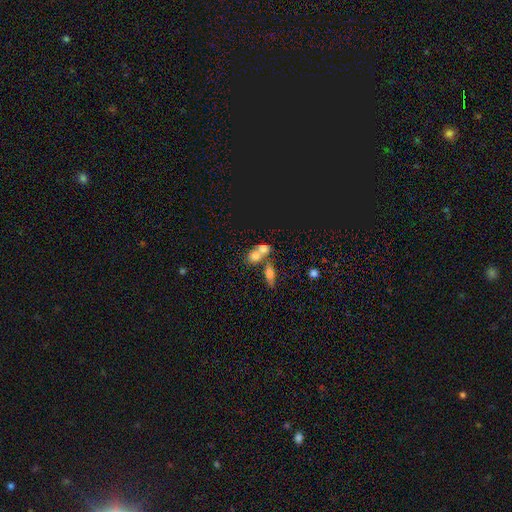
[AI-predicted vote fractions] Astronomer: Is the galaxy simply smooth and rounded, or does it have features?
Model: smooth — 69%.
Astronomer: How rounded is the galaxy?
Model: in between — 58% (runner-up: round, 38%).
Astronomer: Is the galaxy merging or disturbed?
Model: merger — 61%.